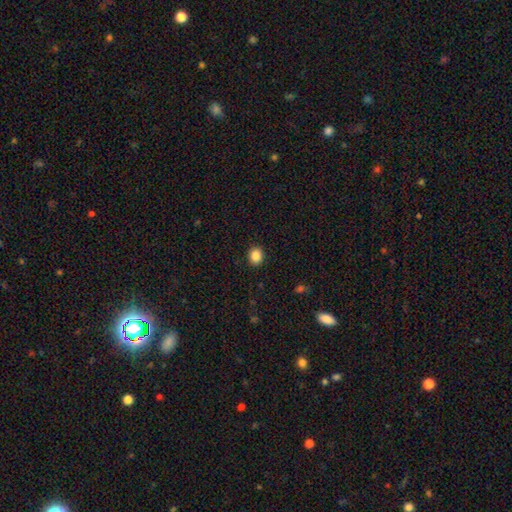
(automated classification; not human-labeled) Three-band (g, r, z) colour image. It shows a smooth galaxy with no disk features (86%) that is round (73%). Merging: none (92%).